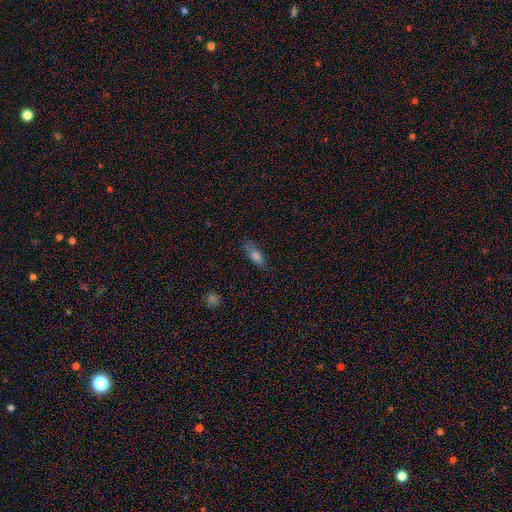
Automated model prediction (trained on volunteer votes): Smooth or featured?
  - smooth: 77% *
  - featured or disk: 12%
  - star or artifact: 10%
How rounded?
  - in between: 68% *
  - cigar-shaped: 29%
  - round: 3%
Merging?
  - none: 72% *
  - minor disturbance: 21%
  - major disturbance: 5%
  - merger: 2%